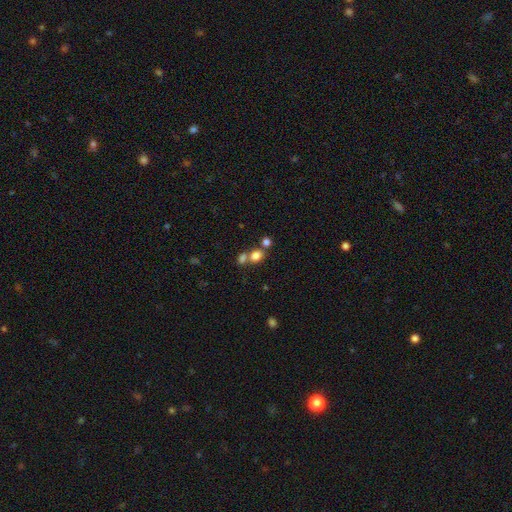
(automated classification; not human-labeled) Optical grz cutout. It shows a smooth galaxy with no disk features (78%) that is round (58%). Merging: none (47%).